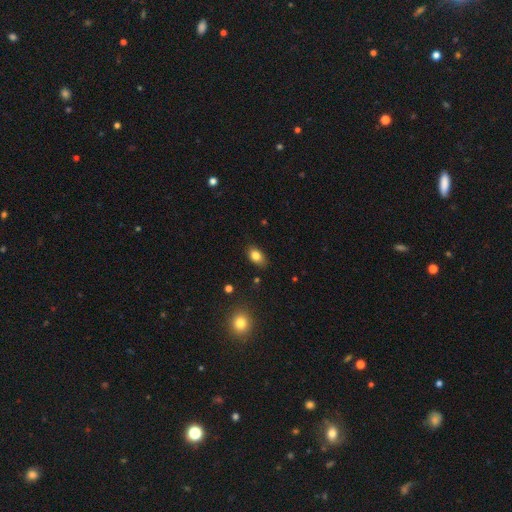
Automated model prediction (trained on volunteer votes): Q: Smooth or featured?
A: smooth (82%); runner-up: star or artifact (9%)
Q: How rounded?
A: in between (85%); runner-up: round (13%)
Q: Merging?
A: none (83%); runner-up: minor disturbance (13%)